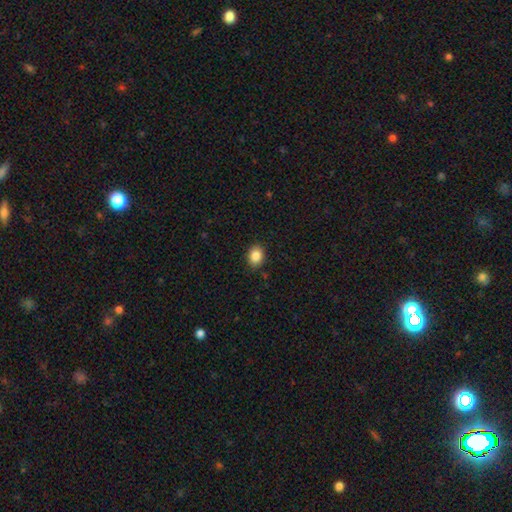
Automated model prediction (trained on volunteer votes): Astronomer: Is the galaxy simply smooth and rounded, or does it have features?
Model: smooth — 86%.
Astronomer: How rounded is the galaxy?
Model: in between — 58% (runner-up: round, 41%).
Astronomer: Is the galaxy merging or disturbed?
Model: none — 87%.